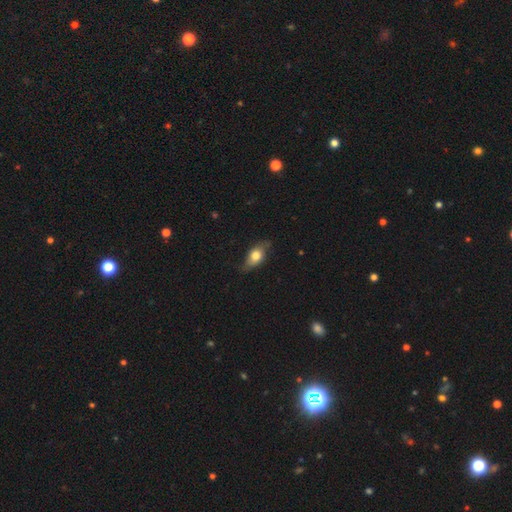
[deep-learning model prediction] A smooth galaxy with no disk features (65%) that is in between round and cigar-shaped (81%).

Vote fractions:
- Smooth or featured? smooth: 65% / featured or disk: 28% / star or artifact: 7%
- How rounded? in between: 81% / round: 10% / cigar-shaped: 8%
- Merging? none: 68% / minor disturbance: 25% / major disturbance: 6% / merger: 1%